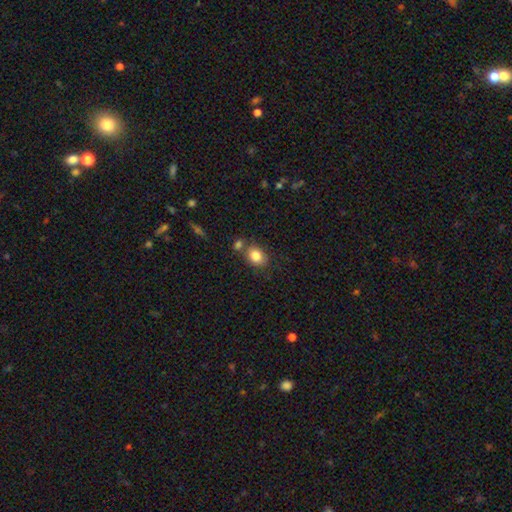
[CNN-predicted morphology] Smooth or featured? Predicted: smooth (p=0.83). How rounded? Predicted: in between (p=0.58). Merging? Predicted: none (p=0.65).